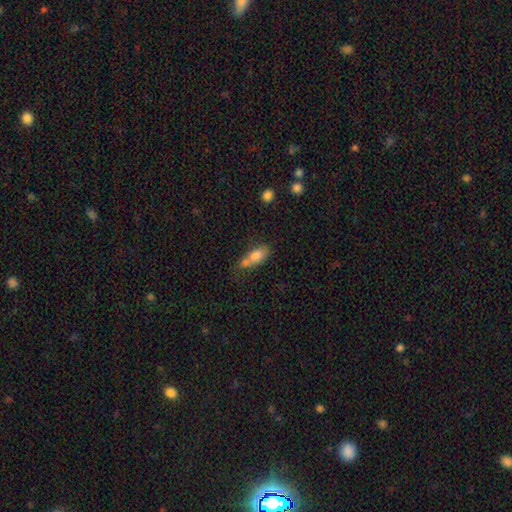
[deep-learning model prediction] Overall: smooth (77%). How rounded: in between (81%). Merging: merger (43%; none 32%).